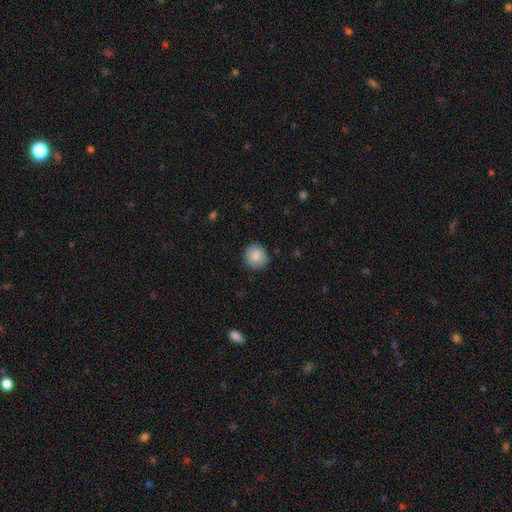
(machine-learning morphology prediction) A smooth galaxy with no disk features (86%) that is round (88%).

Vote fractions:
- Smooth or featured? smooth: 86% / star or artifact: 7% / featured or disk: 7%
- How rounded? round: 88% / in between: 11% / cigar-shaped: 1%
- Merging? none: 87% / minor disturbance: 10% / major disturbance: 2% / merger: 1%